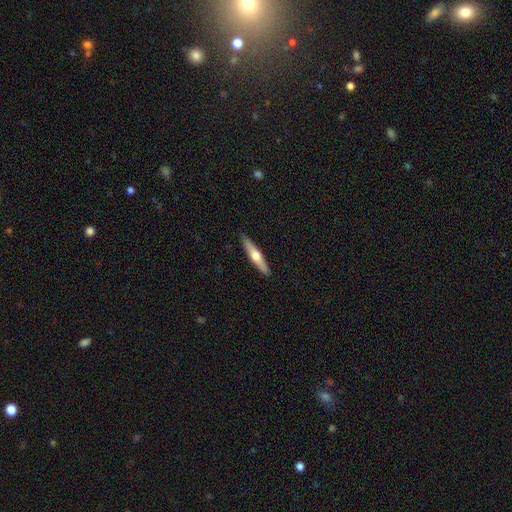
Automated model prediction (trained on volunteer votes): Q: Smooth or featured?
A: featured or disk (50%); runner-up: smooth (45%)
Q: Edge-on disk?
A: yes (93%); runner-up: no (7%)
Q: Merging?
A: none (91%); runner-up: minor disturbance (7%)